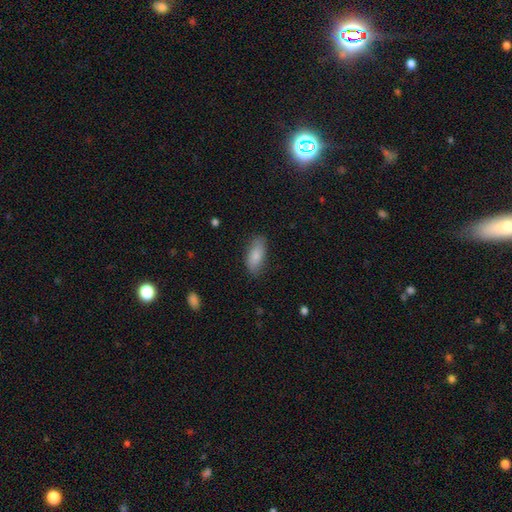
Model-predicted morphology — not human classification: Q: Smooth or featured?
A: smooth (85%); runner-up: featured or disk (9%)
Q: How rounded?
A: in between (85%); runner-up: cigar-shaped (12%)
Q: Merging?
A: none (80%); runner-up: minor disturbance (16%)